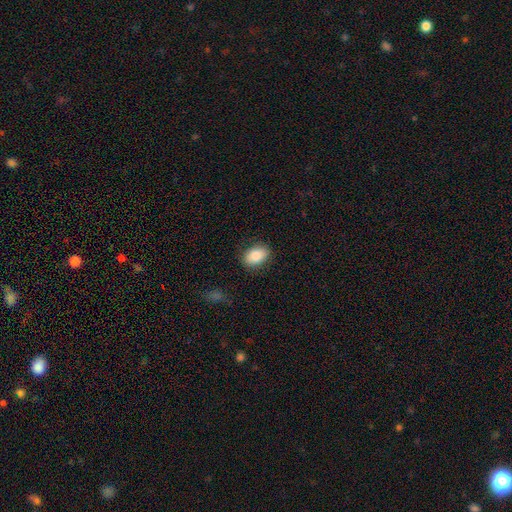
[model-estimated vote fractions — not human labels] smooth_or_featured: smooth (p=0.85) [alt: featured or disk p=0.08]
how_rounded: in between (p=0.82) [alt: round p=0.17]
merging: none (p=0.86) [alt: minor disturbance p=0.10]